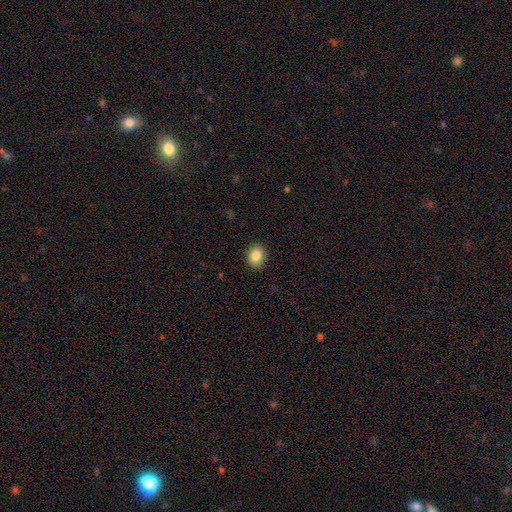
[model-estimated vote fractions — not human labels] Smooth or featured?
  - smooth: 86% *
  - star or artifact: 9%
  - featured or disk: 6%
How rounded?
  - round: 54% *
  - in between: 45%
  - cigar-shaped: 1%
Merging?
  - none: 90% *
  - minor disturbance: 7%
  - major disturbance: 2%
  - merger: 1%